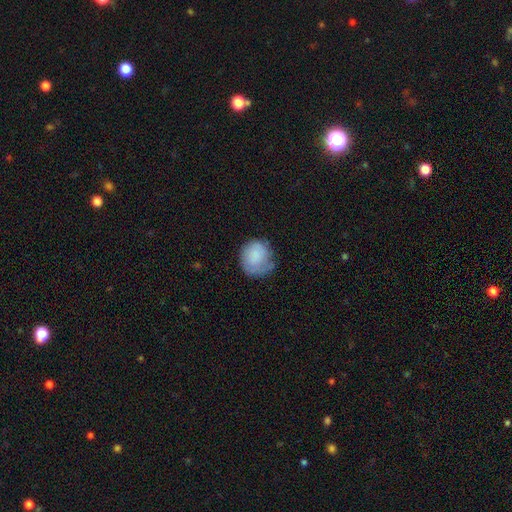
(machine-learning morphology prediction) A smooth galaxy with no disk features (76%) that is round (73%). Merging: none (49%).